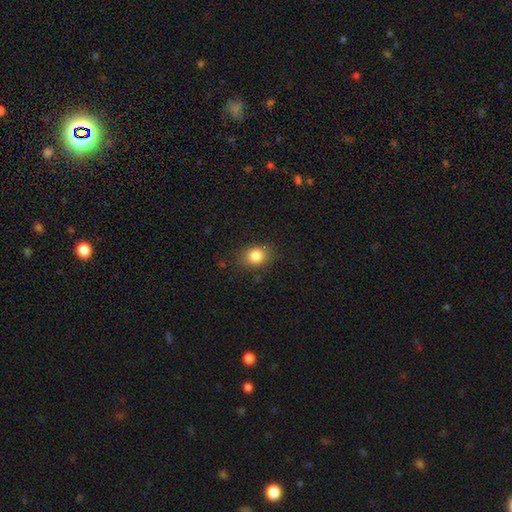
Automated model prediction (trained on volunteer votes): A smooth galaxy with no disk features (84%) that is in between round and cigar-shaped (54%).

Vote fractions:
- Smooth or featured? smooth: 84% / star or artifact: 10% / featured or disk: 6%
- How rounded? in between: 54% / round: 45% / cigar-shaped: 1%
- Merging? none: 82% / minor disturbance: 13% / major disturbance: 4% / merger: 1%